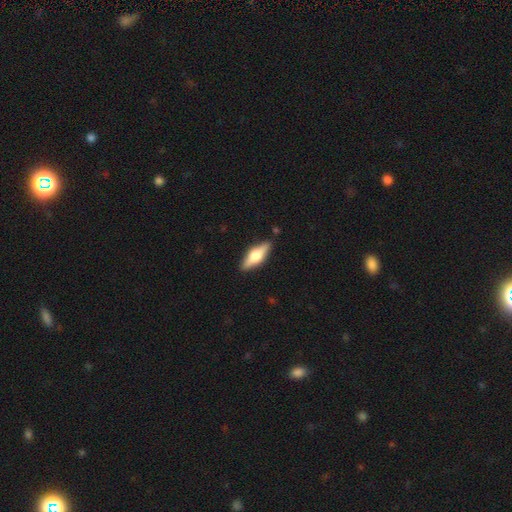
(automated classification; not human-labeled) featured or disk 54%, smooth 40%, star or artifact 6%. Down the decision tree: edge-on disk — yes (94%); edge-on bulge — rounded (93%); merging — none (88%).